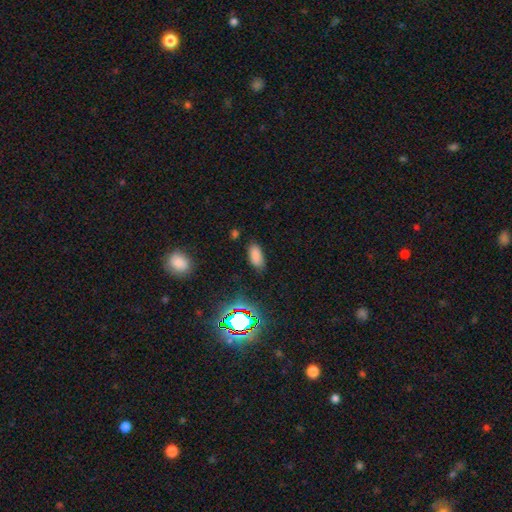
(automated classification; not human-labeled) This is likely a smooth galaxy (79%). How rounded: clearly in between (91%). Merging: clearly none (82%).